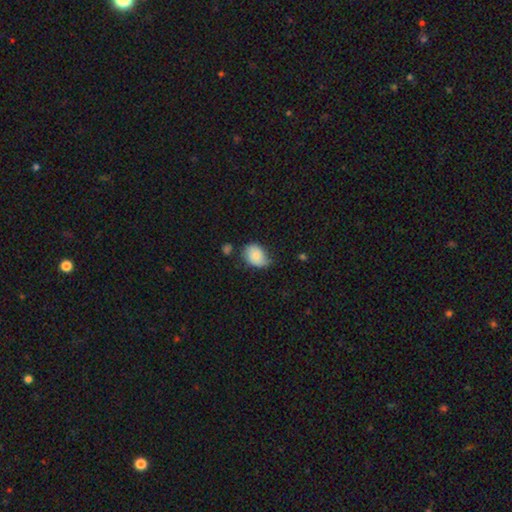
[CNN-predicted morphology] Smooth or featured: smooth — 74% (featured or disk — 19%)
How rounded: in between — 66% (round — 33%)
Merging: none — 45% (minor disturbance — 40%)